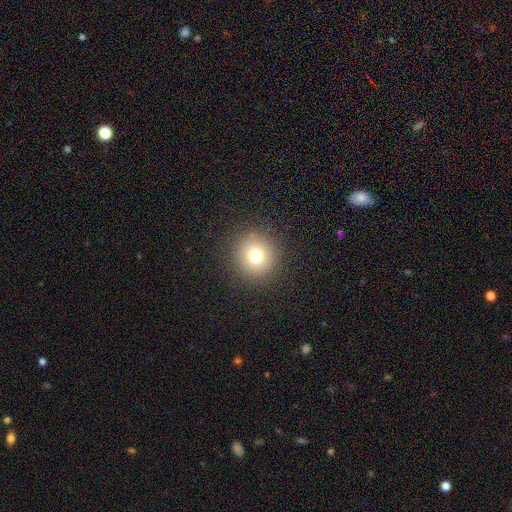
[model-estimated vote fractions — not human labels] A smooth galaxy with no disk features (74%) that is round (93%).

Vote fractions:
- Smooth or featured? smooth: 74% / star or artifact: 16% / featured or disk: 10%
- How rounded? round: 93% / in between: 6% / cigar-shaped: 1%
- Merging? none: 90% / minor disturbance: 6% / major disturbance: 3% / merger: 1%